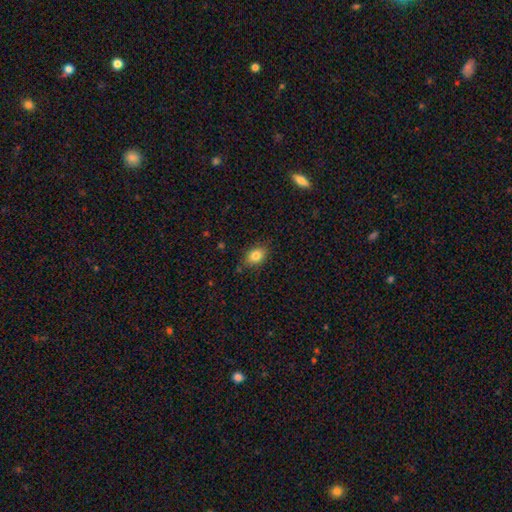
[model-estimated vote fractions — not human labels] A smooth galaxy with no disk features (82%) that is in between round and cigar-shaped (76%). Merging: none (82%).